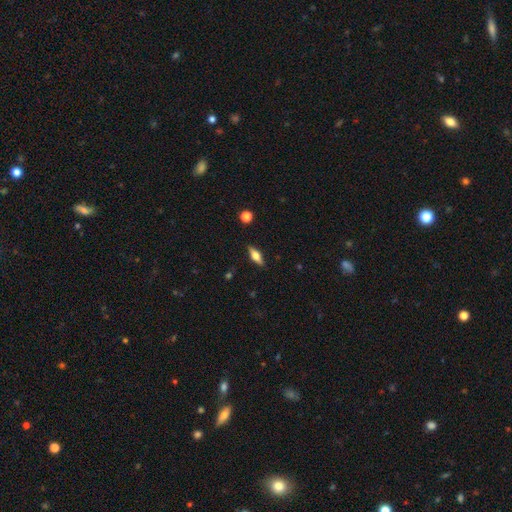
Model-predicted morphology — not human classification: type=smooth (50%); merging=none (88%).